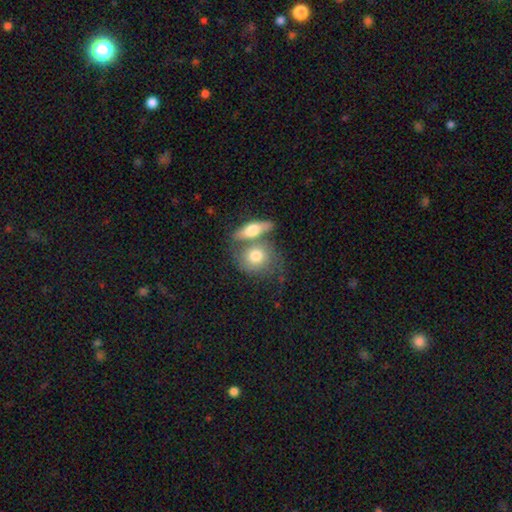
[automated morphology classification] type=smooth (68%); roundness=round (55%); merging=merger (45%).